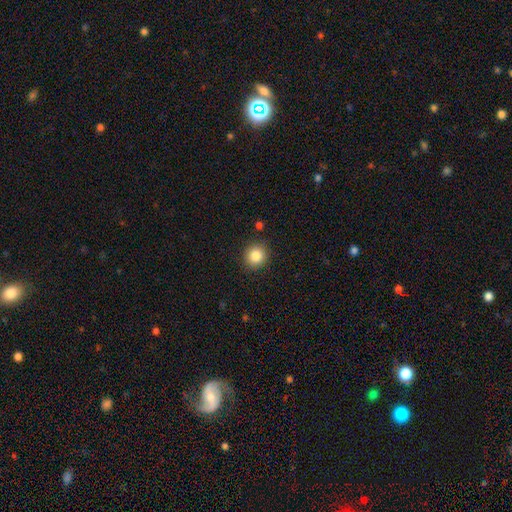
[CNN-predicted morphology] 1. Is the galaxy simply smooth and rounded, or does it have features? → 85% smooth, 10% star or artifact, 5% featured or disk.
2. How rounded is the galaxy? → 84% round, 15% in between, 1% cigar-shaped.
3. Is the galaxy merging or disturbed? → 88% none, 8% minor disturbance, 2% major disturbance, 2% merger.